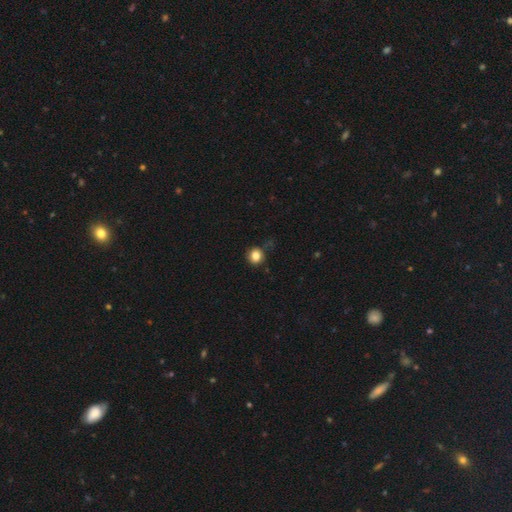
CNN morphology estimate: Smooth or featured: smooth — 84% (star or artifact — 11%)
How rounded: round — 86% (in between — 13%)
Merging: none — 79% (minor disturbance — 15%)